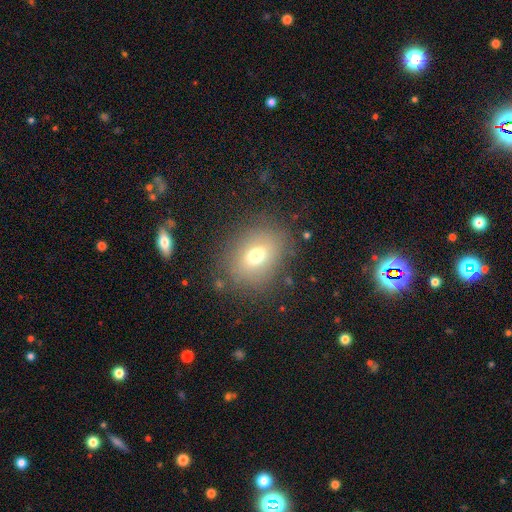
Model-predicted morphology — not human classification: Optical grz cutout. It shows a smooth galaxy with no disk features (69%) that is round (50%). Merging: none (81%).